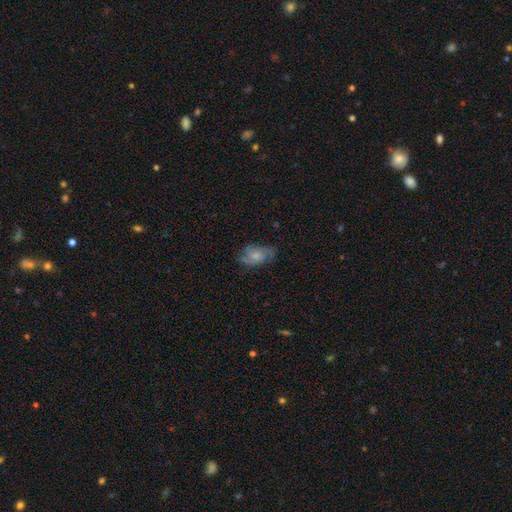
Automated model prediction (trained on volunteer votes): Smooth or featured? featured or disk (46%, tied with smooth)
Merging? none (61%)